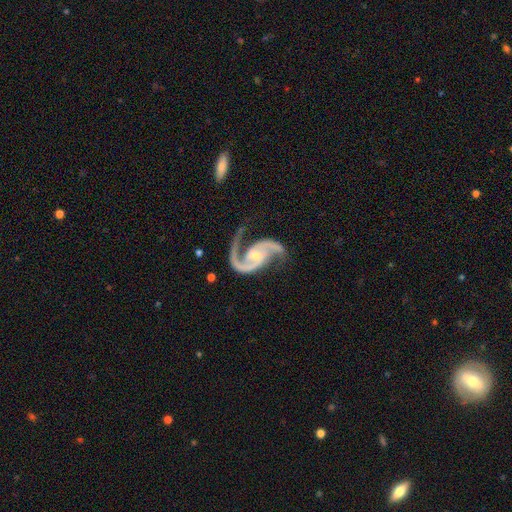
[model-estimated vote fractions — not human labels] Q: Smooth or featured?
A: featured or disk (94%); runner-up: star or artifact (4%)
Q: Edge-on disk?
A: no (98%); runner-up: yes (2%)
Q: Bar?
A: no (52%); runner-up: weak (32%)
Q: Spiral arms?
A: yes (99%); runner-up: no (1%)
Q: Spiral winding?
A: medium (60%); runner-up: loose (26%)
Q: Spiral arm count?
A: 2 (94%); runner-up: 1 (2%)
Q: Bulge size?
A: small (61%); runner-up: moderate (35%)
Q: Merging?
A: none (69%); runner-up: minor disturbance (17%)